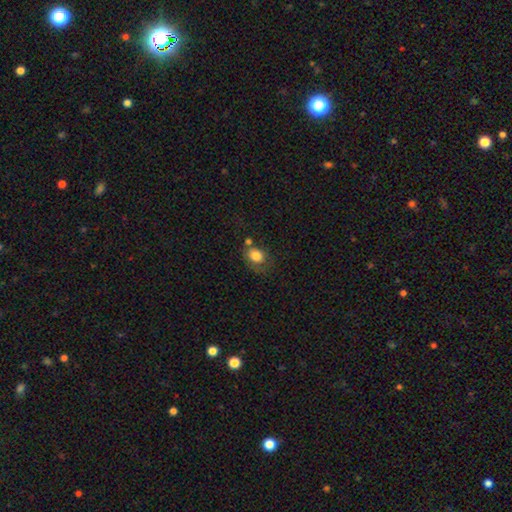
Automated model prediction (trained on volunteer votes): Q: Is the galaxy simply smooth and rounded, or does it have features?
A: smooth — 81%.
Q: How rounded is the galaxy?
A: round — 55%.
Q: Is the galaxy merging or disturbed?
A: none — 49%.